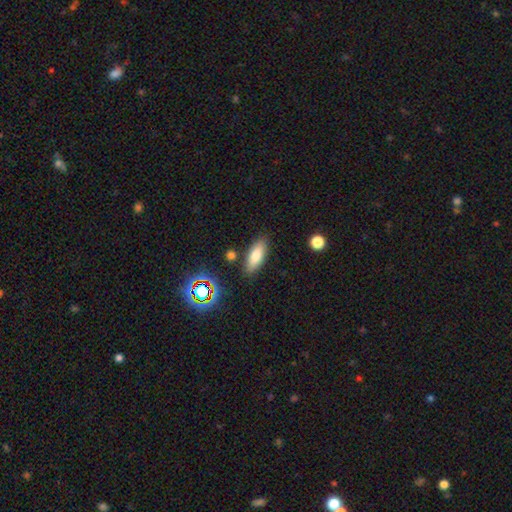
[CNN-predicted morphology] smooth-or-featured: smooth: 76% | featured or disk: 14% | star or artifact: 10%
  how-rounded: in between: 73% | cigar-shaped: 24% | round: 3%
  merging: none: 83% | minor disturbance: 11% | merger: 3% | major disturbance: 3%